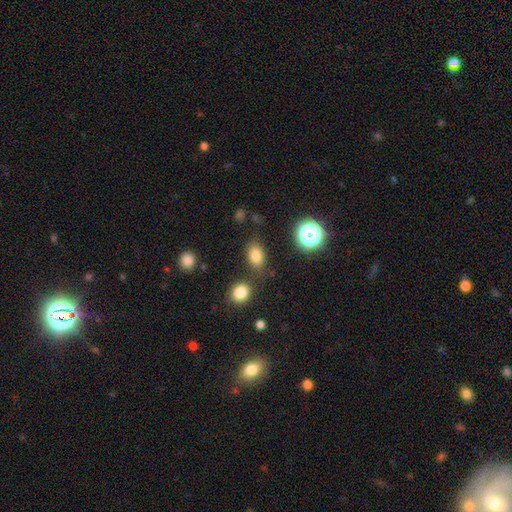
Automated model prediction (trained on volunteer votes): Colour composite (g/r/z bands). It shows a smooth galaxy with no disk features (79%) that is in between round and cigar-shaped (81%). Merging: none (77%).